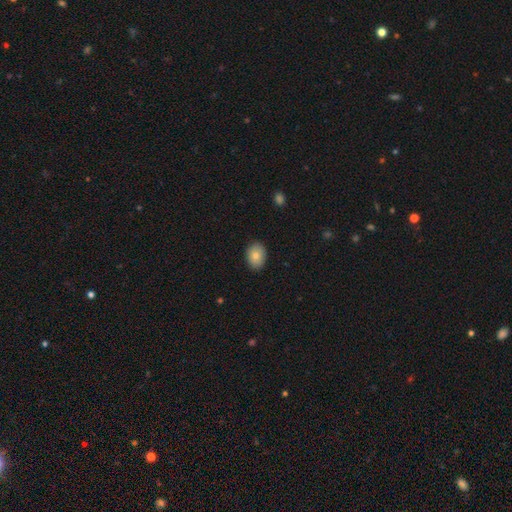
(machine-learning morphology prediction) A smooth galaxy with no disk features (79%) that is in between round and cigar-shaped (71%). Merging: none (88%).